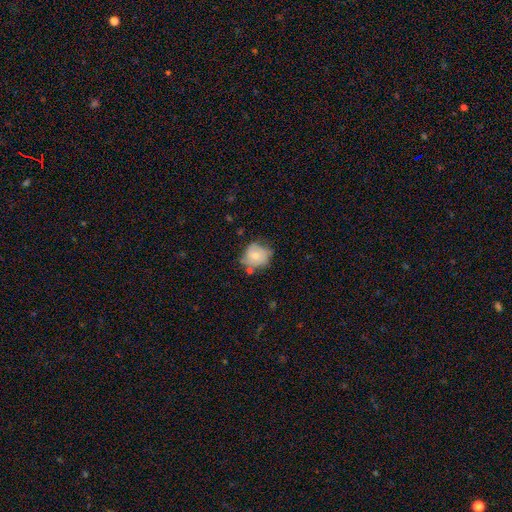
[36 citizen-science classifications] Q: Smooth or featured?
A: smooth (50%); runner-up: featured or disk (44%)
Q: How rounded?
A: round (61%); runner-up: in between (39%)
Q: Merging?
A: none (41%); runner-up: minor disturbance (35%)